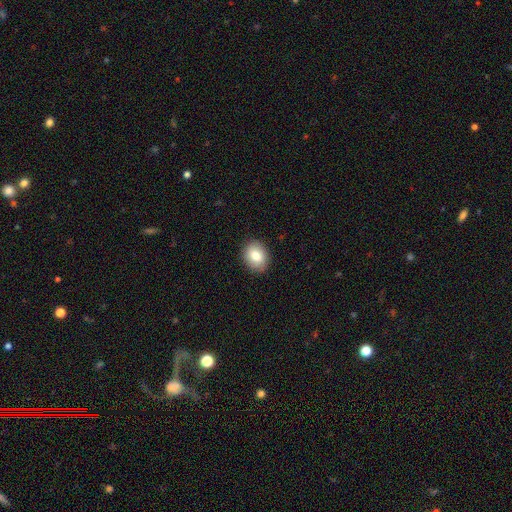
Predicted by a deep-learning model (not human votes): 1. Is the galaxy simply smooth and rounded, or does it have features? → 82% smooth, 10% featured or disk, 8% star or artifact.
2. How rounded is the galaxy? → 58% in between, 41% round, 1% cigar-shaped.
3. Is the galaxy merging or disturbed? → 89% none, 8% minor disturbance, 2% major disturbance, 1% merger.